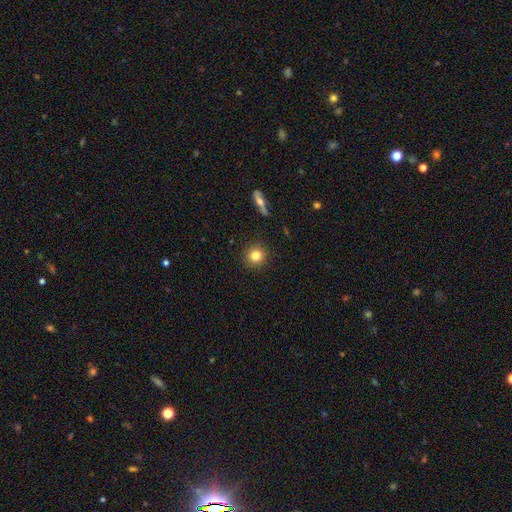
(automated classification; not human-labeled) A smooth galaxy with no disk features (82%) that is round (93%). Merging: none (91%).